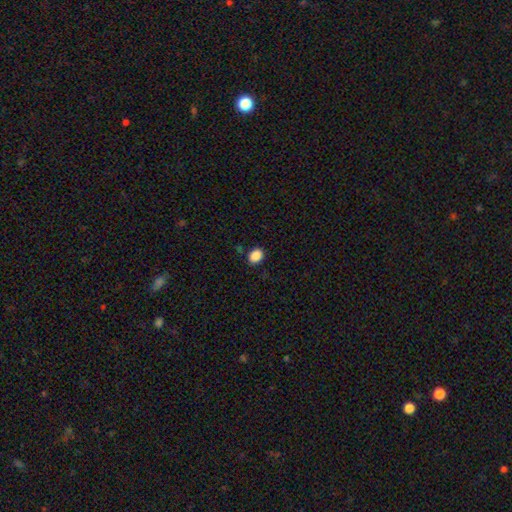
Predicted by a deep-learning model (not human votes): smooth_or_featured: smooth (p=0.88) [alt: star or artifact p=0.09]
how_rounded: in between (p=0.55) [alt: round p=0.44]
merging: none (p=0.87) [alt: minor disturbance p=0.09]